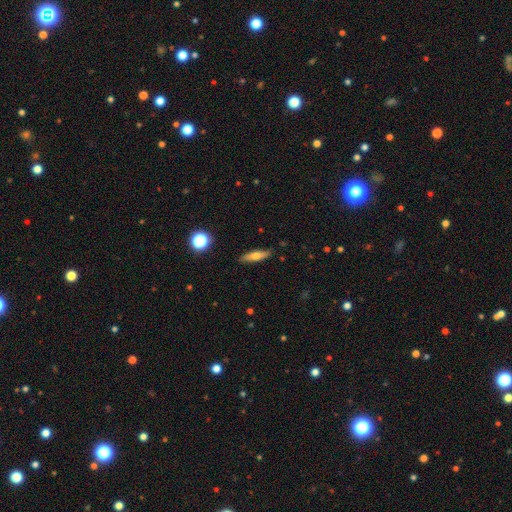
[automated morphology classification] smooth 55%, featured or disk 37%, star or artifact 8%. Down the decision tree: how rounded — cigar-shaped (72%); merging — none (88%).